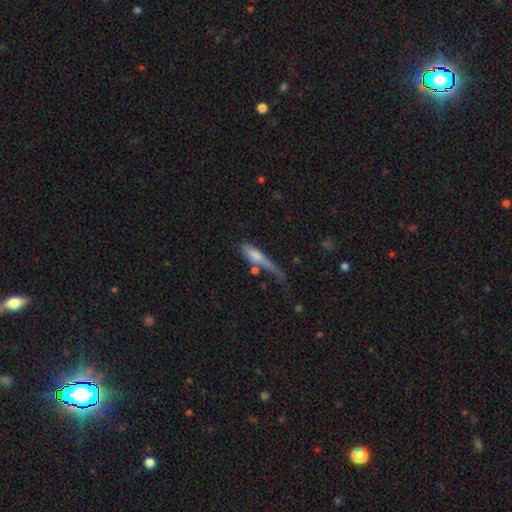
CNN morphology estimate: This appears to be a smooth galaxy with no disk features (61%) that is cigar-shaped (68%). Merging: none (30%).